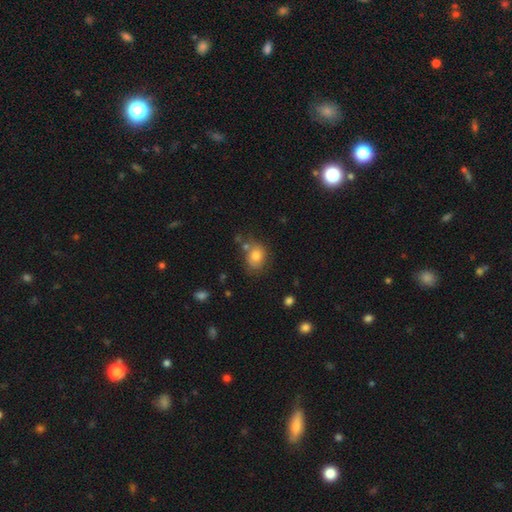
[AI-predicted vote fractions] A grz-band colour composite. It shows a smooth galaxy with no disk features (77%) that is round (54%). Merging: none (60%).